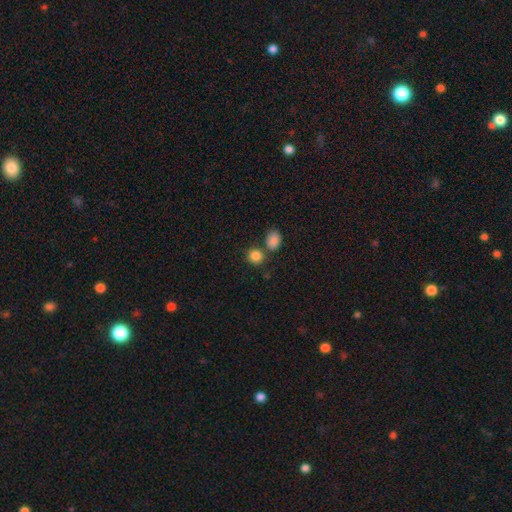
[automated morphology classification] The model was most divided on "merging": none: 64%, merger: 23%, minor disturbance: 9%, major disturbance: 3%. More confident: smooth or featured — smooth (85%); how rounded — round (77%).